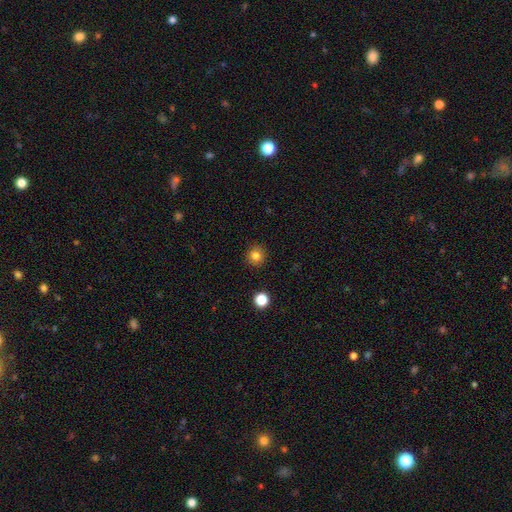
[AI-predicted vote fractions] A smooth galaxy with no disk features (82%) that is round (93%). Merging: none (92%).